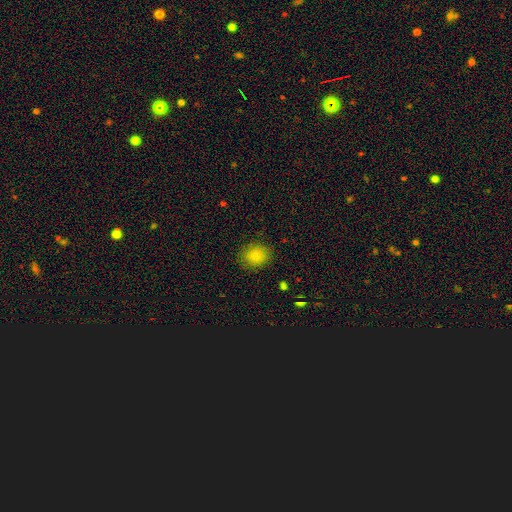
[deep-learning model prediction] This appears to be a smooth galaxy with no disk features (86%) that is round (68%). Merging: none (85%).